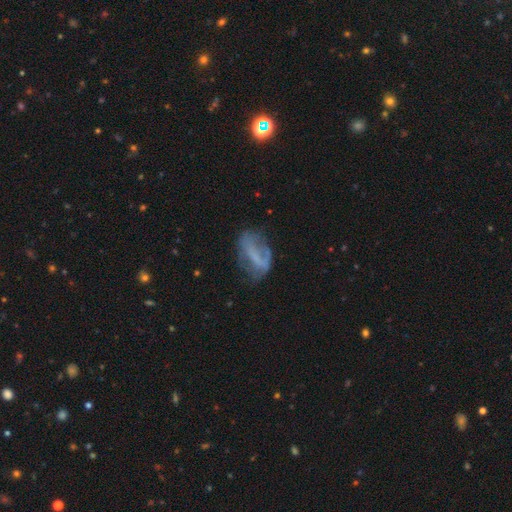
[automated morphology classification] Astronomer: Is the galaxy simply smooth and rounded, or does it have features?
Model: featured or disk — 51% (runner-up: smooth, 37%).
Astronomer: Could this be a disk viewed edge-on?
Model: no — 93%.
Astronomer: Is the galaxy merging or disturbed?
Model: none — 41% (runner-up: minor disturbance, 28%).